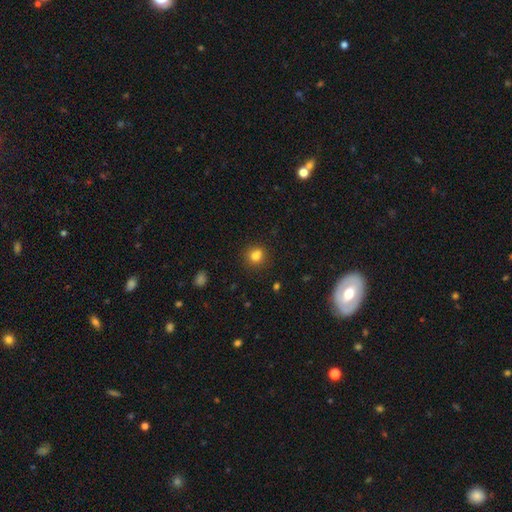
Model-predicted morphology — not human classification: This is likely a smooth galaxy (79%). How rounded: likely round (80%). Merging: likely none (70%).